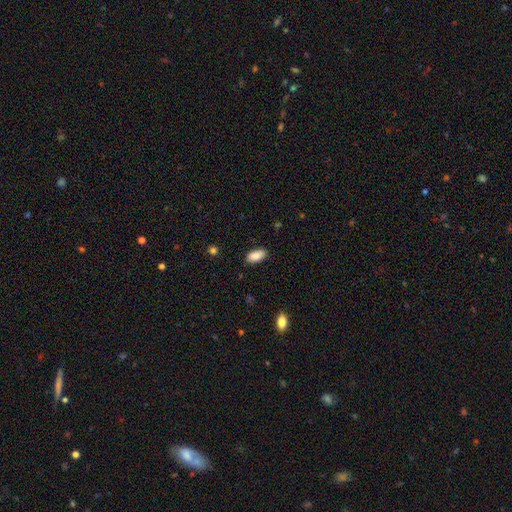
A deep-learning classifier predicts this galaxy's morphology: A smooth galaxy with no disk features (89%) that is in between round and cigar-shaped (91%). Merging: none (85%).